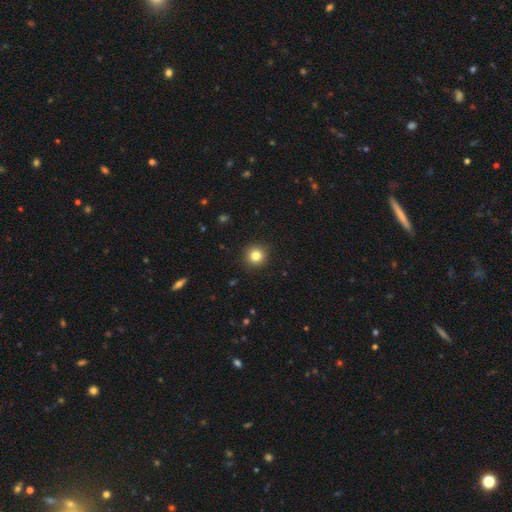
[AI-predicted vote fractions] smooth 82%, star or artifact 12%, featured or disk 6%. Down the decision tree: how rounded — round (93%); merging — none (92%).